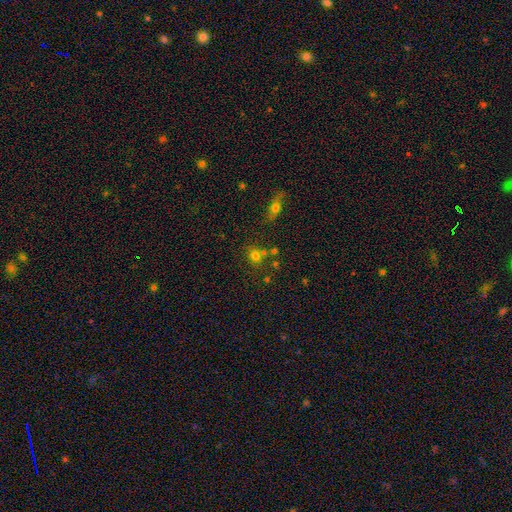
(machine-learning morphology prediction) smooth 71%, star or artifact 19%, featured or disk 11%. Down the decision tree: how rounded — round (75%); merging — none (65%).